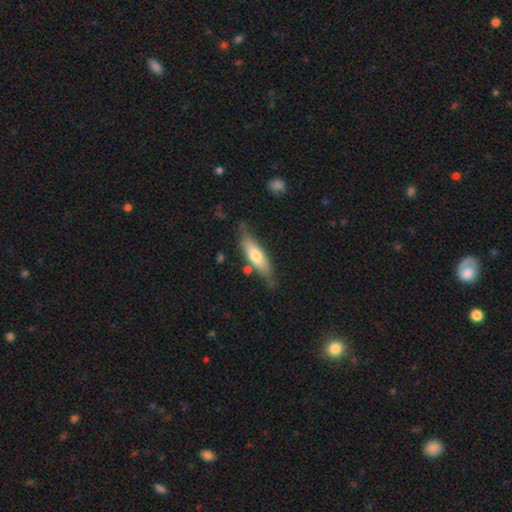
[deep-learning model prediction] smooth-or-featured: smooth: 60% | featured or disk: 35% | star or artifact: 5%
  how-rounded: cigar-shaped: 61% | in between: 37% | round: 2%
  merging: none: 68% | minor disturbance: 21% | merger: 6% | major disturbance: 5%